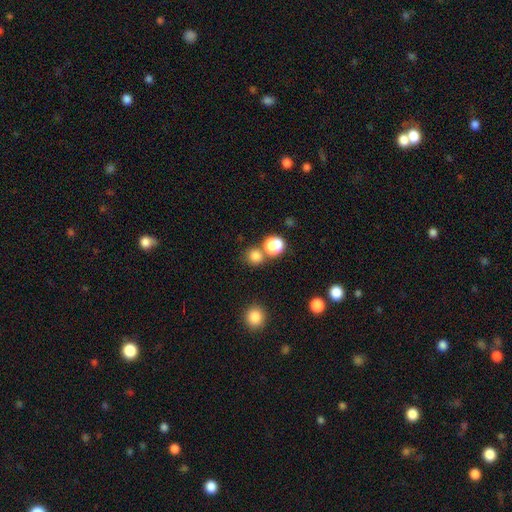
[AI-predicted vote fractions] Q: Smooth or featured?
A: smooth (79%); runner-up: star or artifact (15%)
Q: How rounded?
A: round (80%); runner-up: in between (19%)
Q: Merging?
A: none (58%); runner-up: merger (30%)